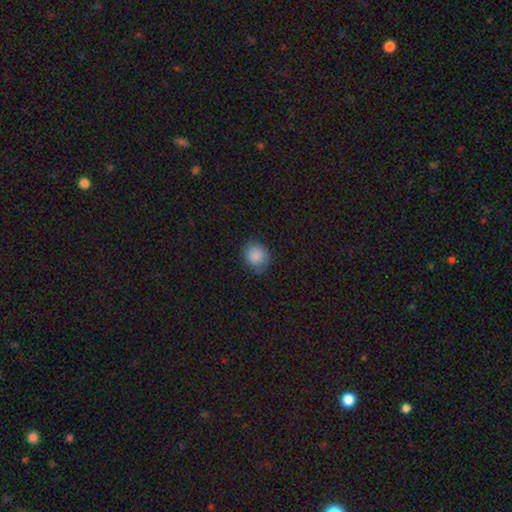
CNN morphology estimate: smooth 88%, star or artifact 8%, featured or disk 4%. Down the decision tree: how rounded — round (82%); merging — none (80%).